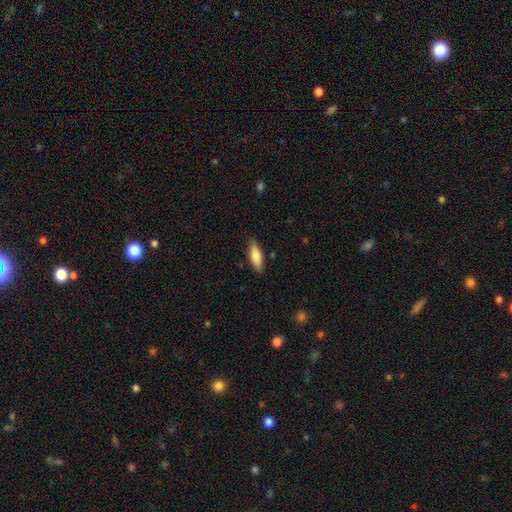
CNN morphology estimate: This is likely a smooth galaxy (77%). How rounded: likely in between (64%). Merging: clearly none (84%).